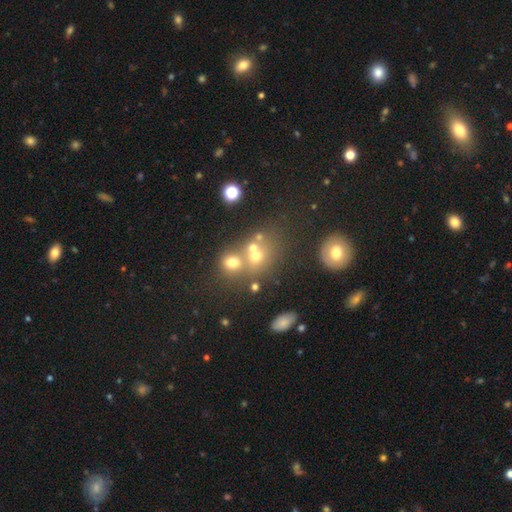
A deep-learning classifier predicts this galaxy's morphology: smooth 59%, star or artifact 21%, featured or disk 20%. Down the decision tree: how rounded — round (70%); merging — merger (43%).